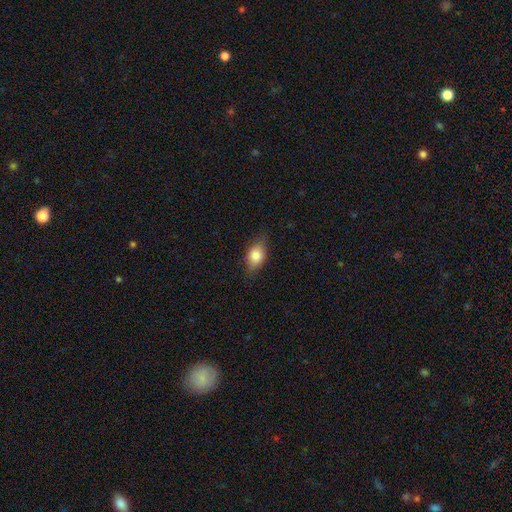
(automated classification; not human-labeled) Smooth or featured? smooth (79%)
How rounded? in between (80%)
Merging? none (78%)